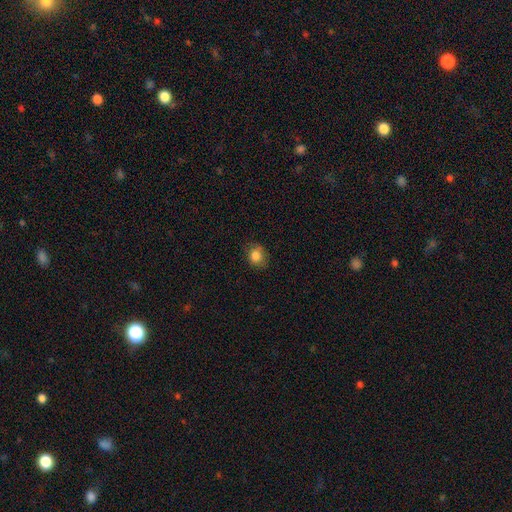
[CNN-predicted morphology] Overall: smooth (83%). How rounded: round (64%; in between 35%). Merging: none (73%).